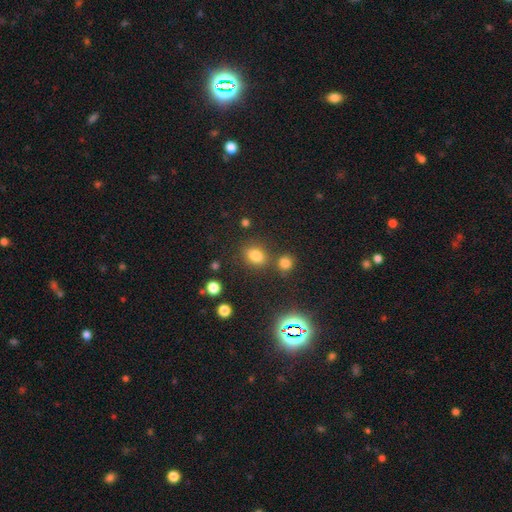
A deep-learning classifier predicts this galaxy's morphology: Smooth or featured? smooth (76%)
How rounded? in between (58%)
Merging? none (71%)